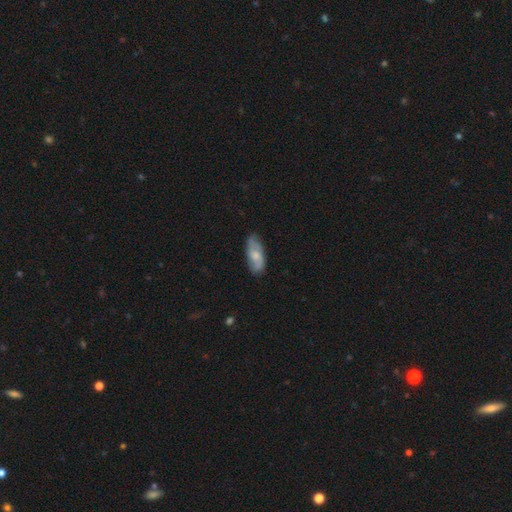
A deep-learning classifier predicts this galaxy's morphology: Smooth or featured? smooth (58%)
How rounded? in between (81%)
Merging? none (73%)